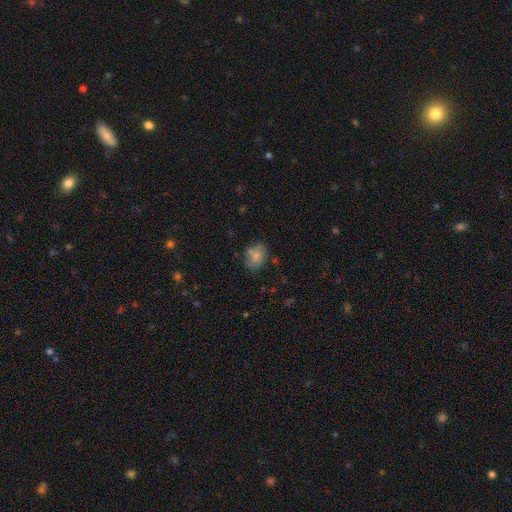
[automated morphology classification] Smooth or featured: smooth — 77% (featured or disk — 13%)
How rounded: in between — 63% (round — 35%)
Merging: none — 65% (minor disturbance — 20%)